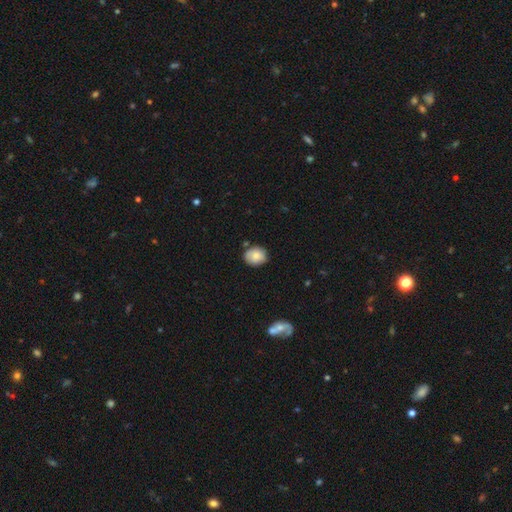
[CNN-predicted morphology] A smooth galaxy with no disk features (80%) that is round (62%).

Vote fractions:
- Smooth or featured? smooth: 80% / featured or disk: 12% / star or artifact: 8%
- How rounded? round: 62% / in between: 37% / cigar-shaped: 1%
- Merging? none: 77% / minor disturbance: 17% / merger: 4% / major disturbance: 3%